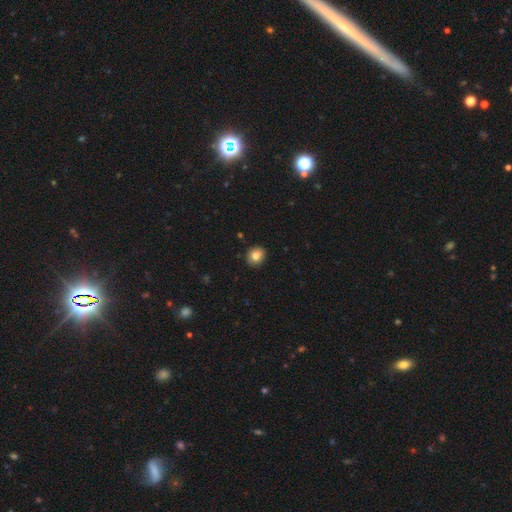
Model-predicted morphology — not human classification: Smooth or featured: smooth — 82% (star or artifact — 9%)
How rounded: round — 77% (in between — 22%)
Merging: none — 90% (minor disturbance — 8%)